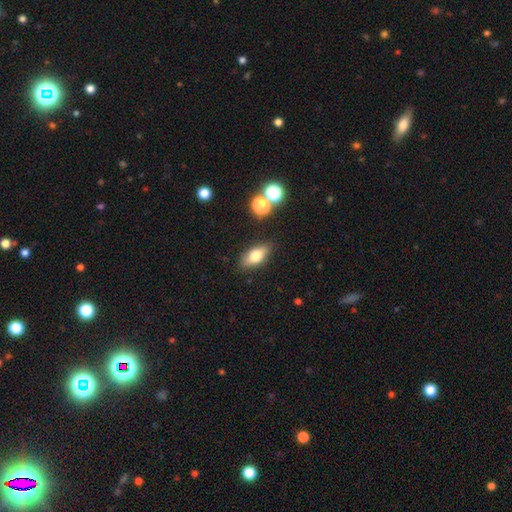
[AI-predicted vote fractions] smooth_or_featured: smooth (p=0.68) [alt: featured or disk p=0.23]
how_rounded: in between (p=0.78) [alt: cigar-shaped p=0.16]
merging: none (p=0.84) [alt: minor disturbance p=0.11]